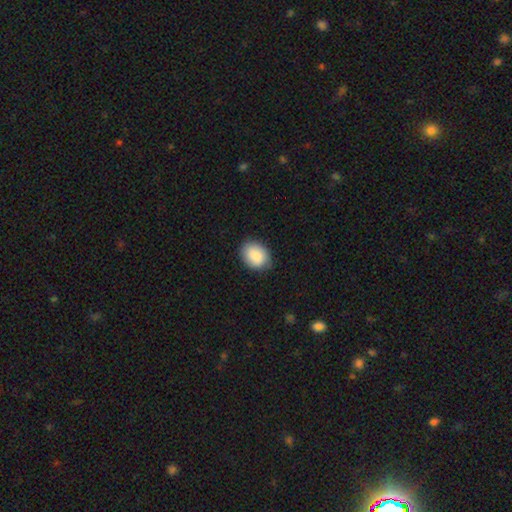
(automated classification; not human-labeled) Q: Smooth or featured?
A: smooth (87%); runner-up: star or artifact (6%)
Q: How rounded?
A: in between (62%); runner-up: round (37%)
Q: Merging?
A: none (82%); runner-up: minor disturbance (14%)